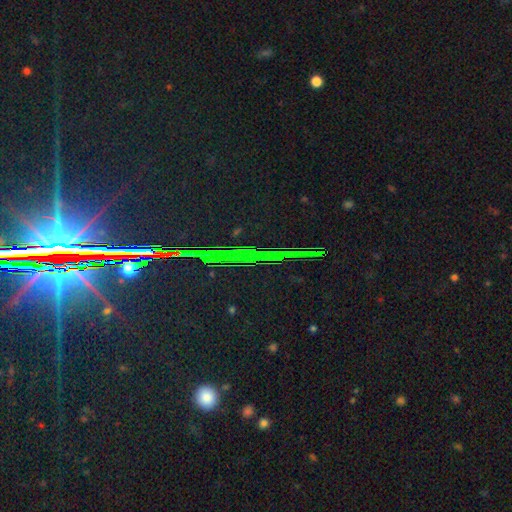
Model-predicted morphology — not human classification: Smooth or featured? Predicted: star or artifact (p=0.84).